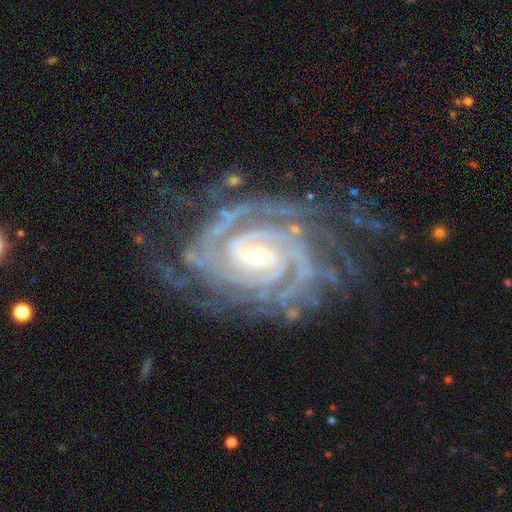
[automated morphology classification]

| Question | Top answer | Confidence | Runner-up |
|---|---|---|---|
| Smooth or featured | featured or disk | 93% | star or artifact (5%) |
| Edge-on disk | no | 97% | yes (3%) |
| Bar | no | 49% | weak (33%) |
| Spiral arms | yes | 99% | no (1%) |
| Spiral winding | tight | 80% | medium (17%) |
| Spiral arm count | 2 | 30% | 3 (19%) |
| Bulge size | small | 66% | moderate (30%) |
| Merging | none | 68% | minor disturbance (19%) |